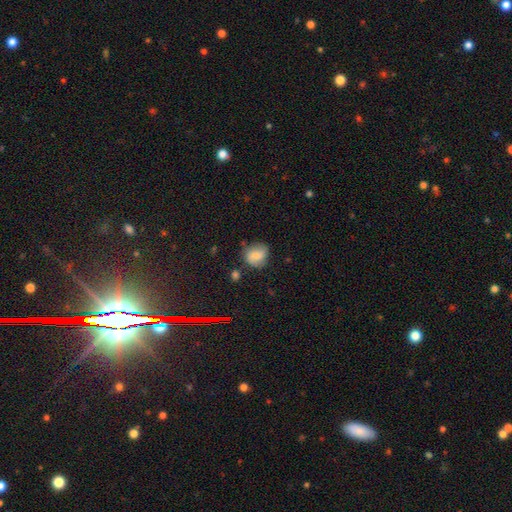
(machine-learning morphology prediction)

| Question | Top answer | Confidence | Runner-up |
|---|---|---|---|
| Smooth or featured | smooth | 69% | featured or disk (21%) |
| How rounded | round | 74% | in between (25%) |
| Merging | none | 67% | minor disturbance (23%) |